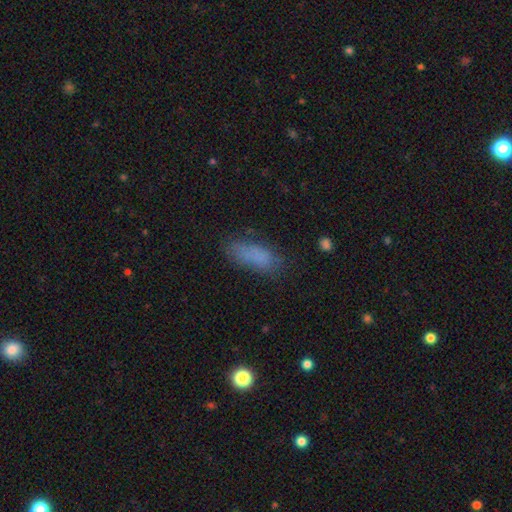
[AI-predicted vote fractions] This is likely a smooth galaxy (79%). How rounded: likely in between (71%). Merging: likely none (67%).